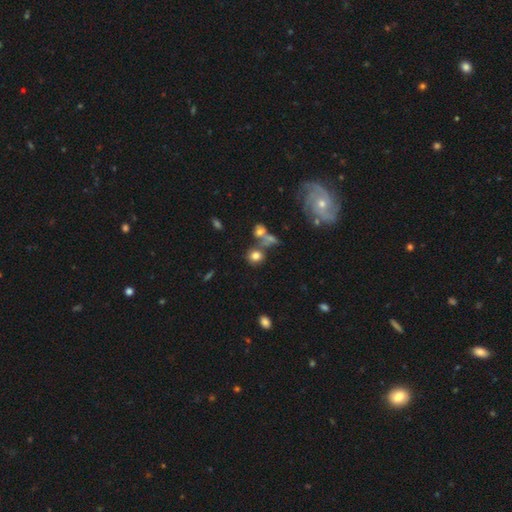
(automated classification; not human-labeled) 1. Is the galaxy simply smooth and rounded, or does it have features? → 75% smooth, 14% star or artifact, 11% featured or disk.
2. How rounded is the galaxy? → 80% round, 18% in between, 2% cigar-shaped.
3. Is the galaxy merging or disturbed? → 62% none, 20% merger, 12% minor disturbance, 6% major disturbance.